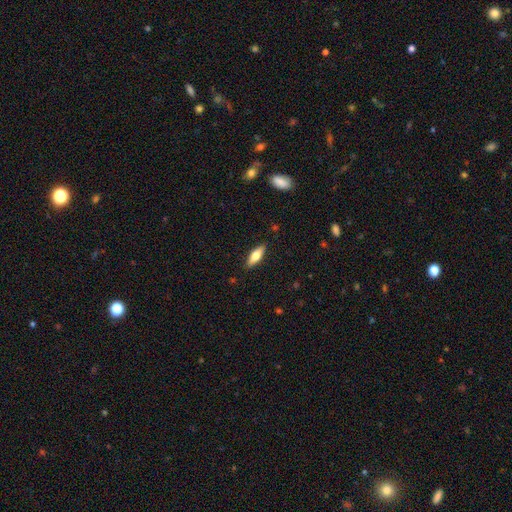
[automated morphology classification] Smooth or featured? Predicted: smooth (p=0.60). How rounded? Predicted: in between (p=0.58). Merging? Predicted: none (p=0.89).